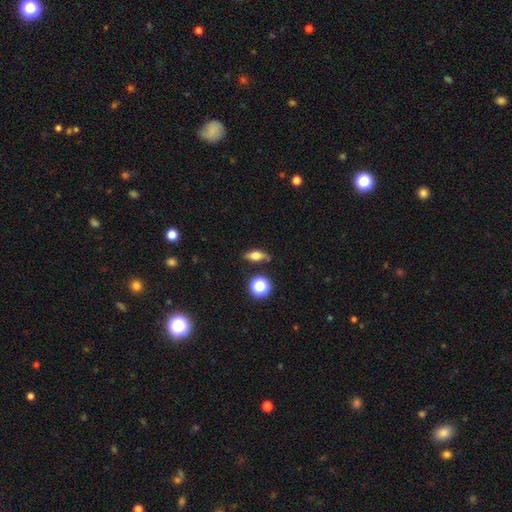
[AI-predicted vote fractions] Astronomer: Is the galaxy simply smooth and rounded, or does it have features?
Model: smooth — 53% (runner-up: featured or disk, 35%).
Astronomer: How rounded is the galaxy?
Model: in between — 57%.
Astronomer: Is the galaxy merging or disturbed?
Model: none — 75%.